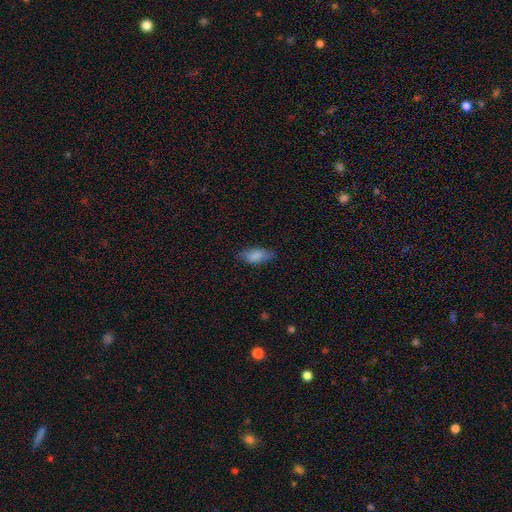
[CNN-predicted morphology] A smooth galaxy with no disk features (83%) that is in between round and cigar-shaped (83%). Merging: none (75%).